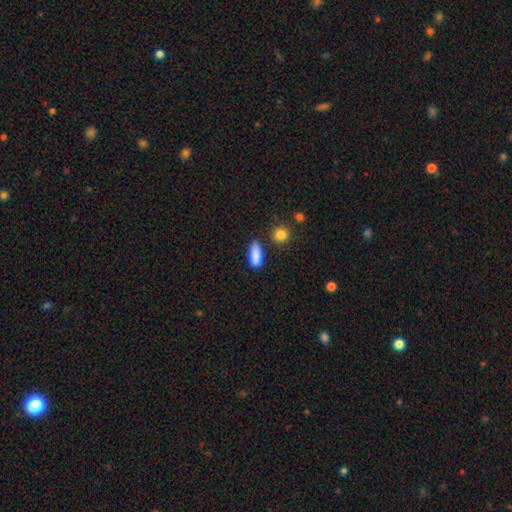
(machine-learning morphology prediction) Overall: smooth (86%). How rounded: in between (63%; cigar-shaped 34%). Merging: none (74%).